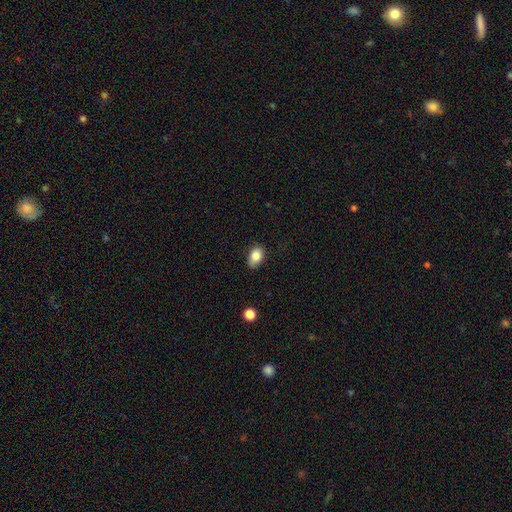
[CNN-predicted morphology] smooth-or-featured: smooth: 84% | star or artifact: 8% | featured or disk: 8%
  how-rounded: in between: 84% | round: 14% | cigar-shaped: 1%
  merging: none: 77% | minor disturbance: 18% | major disturbance: 3% | merger: 1%